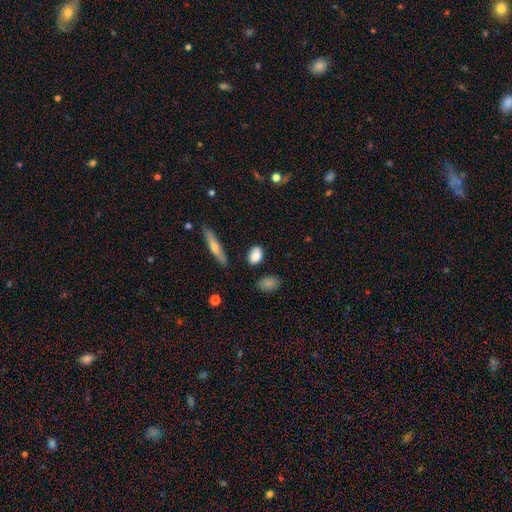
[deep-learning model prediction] Q: Smooth or featured?
A: smooth (82%); runner-up: featured or disk (10%)
Q: How rounded?
A: in between (78%); runner-up: round (17%)
Q: Merging?
A: none (80%); runner-up: minor disturbance (14%)